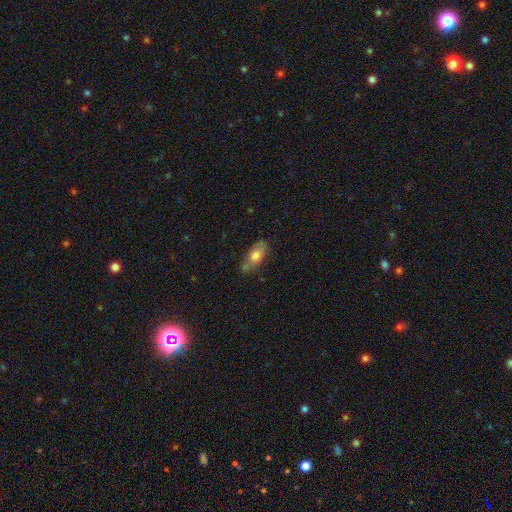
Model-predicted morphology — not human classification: Smooth or featured: smooth — 70% (featured or disk — 23%)
How rounded: in between — 79% (cigar-shaped — 17%)
Merging: none — 62% (minor disturbance — 26%)